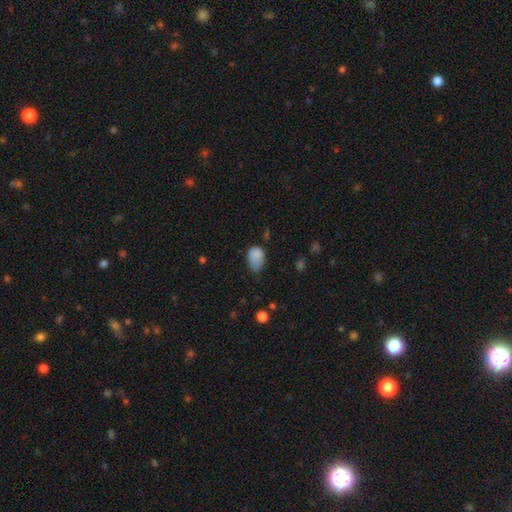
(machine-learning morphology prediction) Smooth or featured? Predicted: smooth (p=0.82). How rounded? Predicted: in between (p=0.79). Merging? Predicted: minor disturbance (p=0.46).